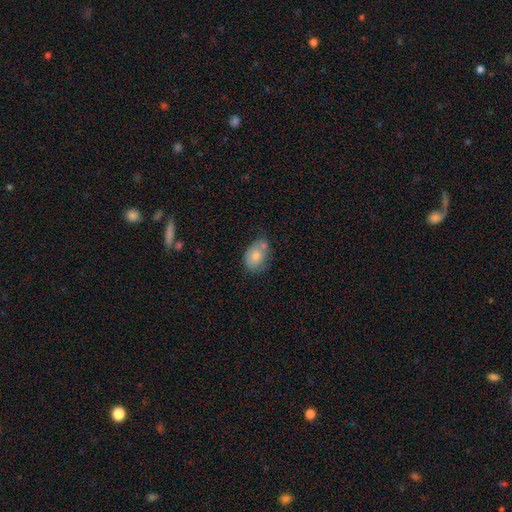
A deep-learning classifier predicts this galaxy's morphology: A smooth galaxy with no disk features (75%) that is in between round and cigar-shaped (80%). Merging: none (47%).